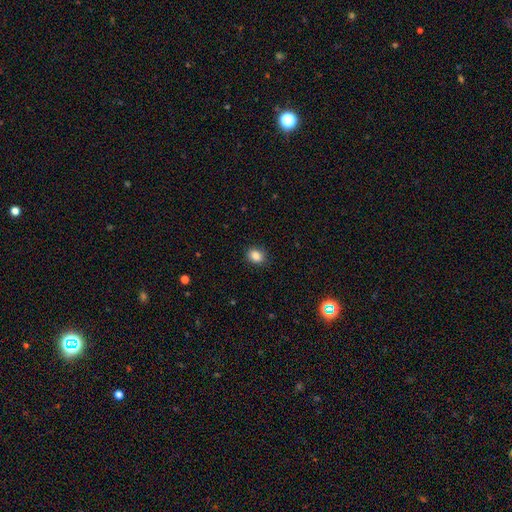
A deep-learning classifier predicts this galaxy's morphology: smooth_or_featured: smooth (p=0.87) [alt: star or artifact p=0.09]
how_rounded: in between (p=0.57) [alt: round p=0.42]
merging: none (p=0.88) [alt: minor disturbance p=0.08]